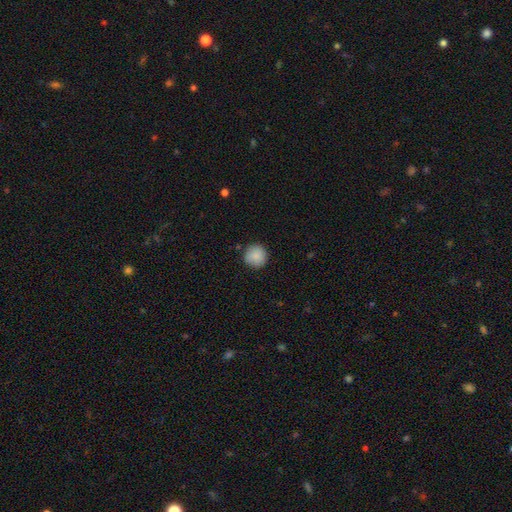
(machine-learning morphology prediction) Overall: smooth (88%). How rounded: round (94%). Merging: none (87%).